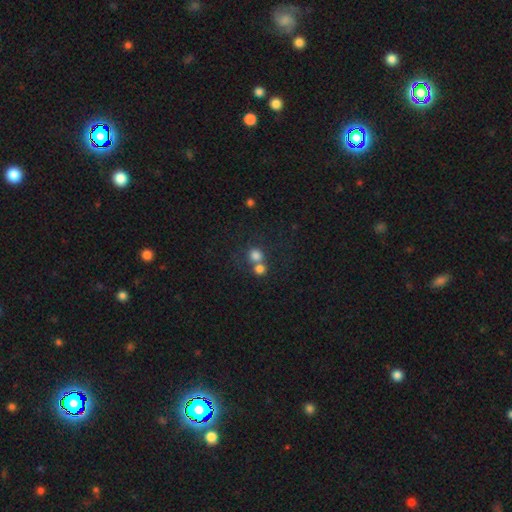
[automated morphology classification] Smooth or featured: smooth — 77% (star or artifact — 13%)
How rounded: round — 85% (in between — 14%)
Merging: merger — 48% (none — 42%)